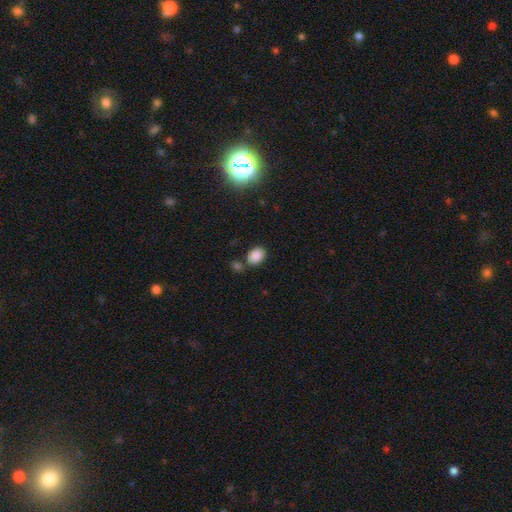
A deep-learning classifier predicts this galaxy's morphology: A smooth galaxy with no disk features (87%) that is in between round and cigar-shaped (66%).

Vote fractions:
- Smooth or featured? smooth: 87% / star or artifact: 9% / featured or disk: 4%
- How rounded? in between: 66% / round: 33% / cigar-shaped: 1%
- Merging? none: 69% / merger: 15% / minor disturbance: 13% / major disturbance: 4%